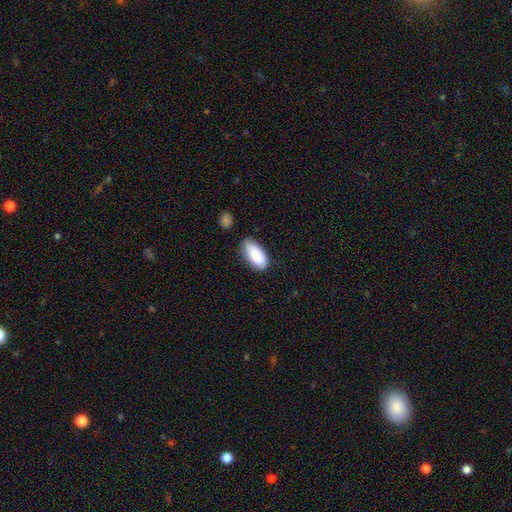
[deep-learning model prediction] Smooth or featured: smooth — 86% (featured or disk — 7%)
How rounded: in between — 92% (cigar-shaped — 6%)
Merging: none — 71% (minor disturbance — 22%)